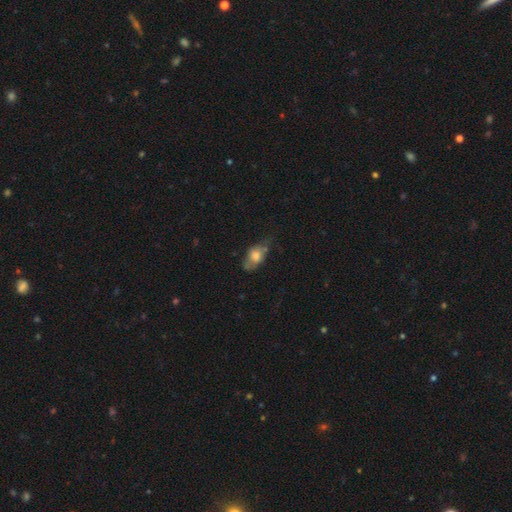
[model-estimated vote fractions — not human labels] Smooth or featured?
  - smooth: 66% *
  - featured or disk: 25%
  - star or artifact: 9%
How rounded?
  - in between: 83% *
  - round: 11%
  - cigar-shaped: 6%
Merging?
  - none: 43% *
  - minor disturbance: 34%
  - major disturbance: 19%
  - merger: 4%